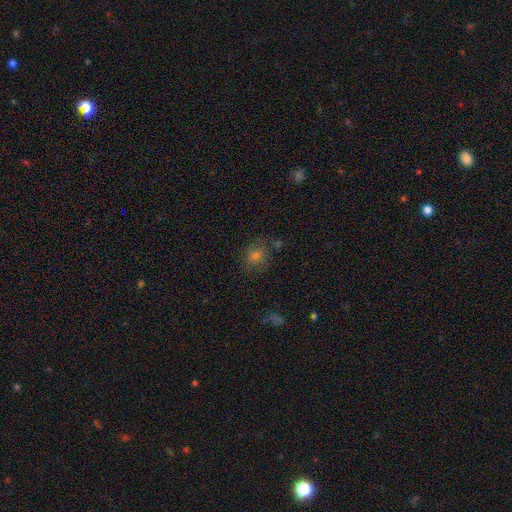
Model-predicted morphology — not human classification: Overall: smooth (64%). How rounded: round (69%). Merging: none (74%).